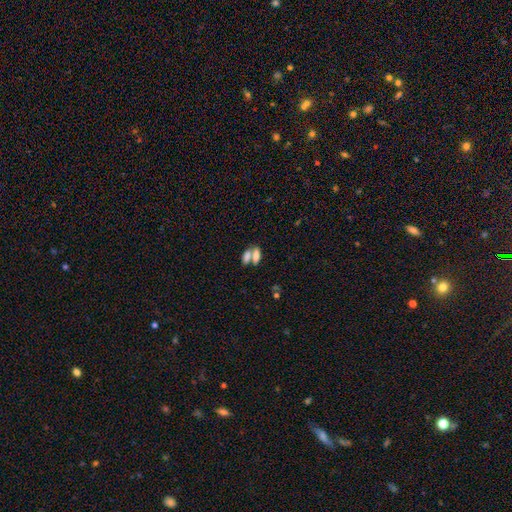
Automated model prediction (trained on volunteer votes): This is likely a smooth galaxy (75%). How rounded: likely in between (74%). Merging: possibly merger (54%).